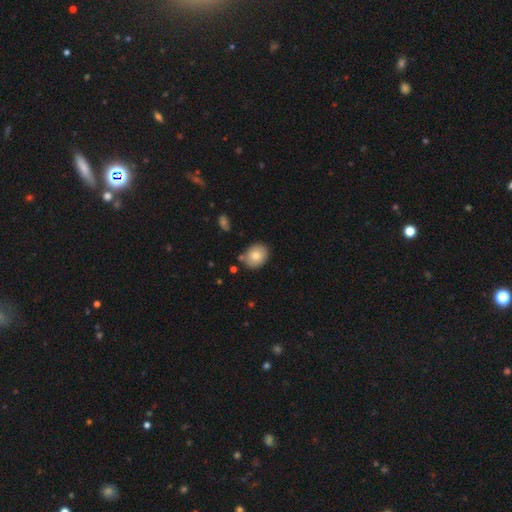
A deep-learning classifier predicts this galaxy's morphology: Smooth or featured? smooth (79%)
How rounded? round (54%)
Merging? none (80%)